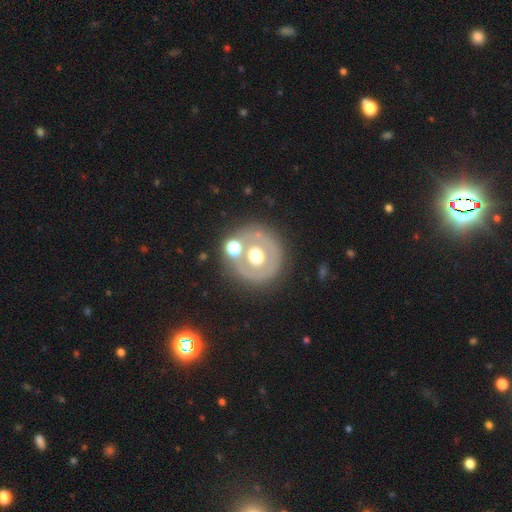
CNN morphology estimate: Overall: featured or disk (52%; smooth 39%). Edge-on disk: no (95%). Merging: none (73%).